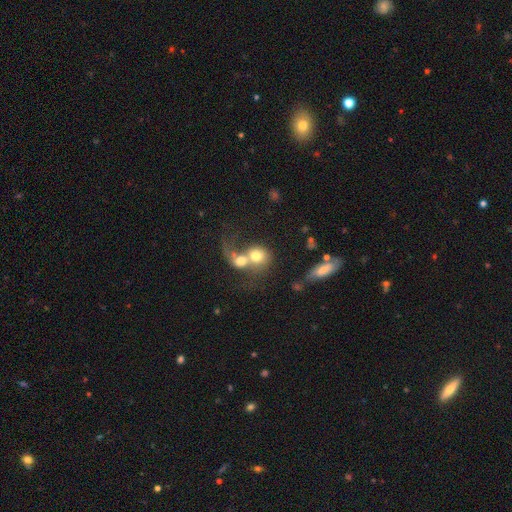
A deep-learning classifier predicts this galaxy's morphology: smooth-or-featured: smooth: 59% | featured or disk: 31% | star or artifact: 10%
  how-rounded: round: 72% | in between: 27% | cigar-shaped: 1%
  merging: merger: 78% | major disturbance: 9% | none: 9% | minor disturbance: 4%